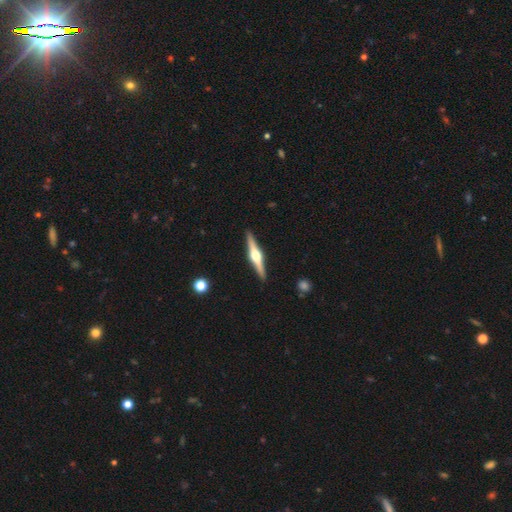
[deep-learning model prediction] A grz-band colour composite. It shows a featured or disk galaxy (80%) viewed edge-on (98%) with a rounded central bulge (95%). Merging: none (92%).